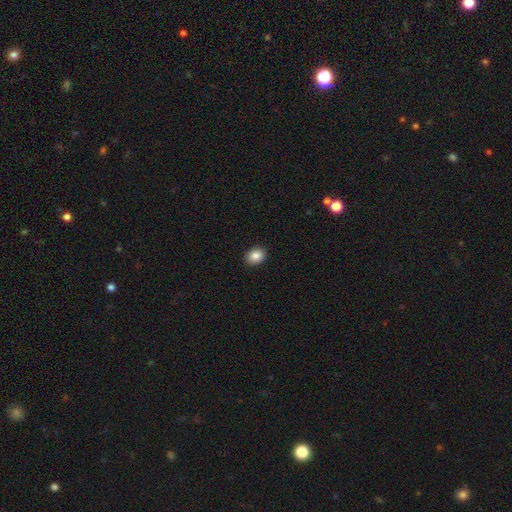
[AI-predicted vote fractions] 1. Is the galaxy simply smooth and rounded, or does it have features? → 87% smooth, 9% star or artifact, 4% featured or disk.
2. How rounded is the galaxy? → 52% in between, 47% round, 1% cigar-shaped.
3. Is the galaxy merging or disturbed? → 91% none, 6% minor disturbance, 2% major disturbance, 1% merger.